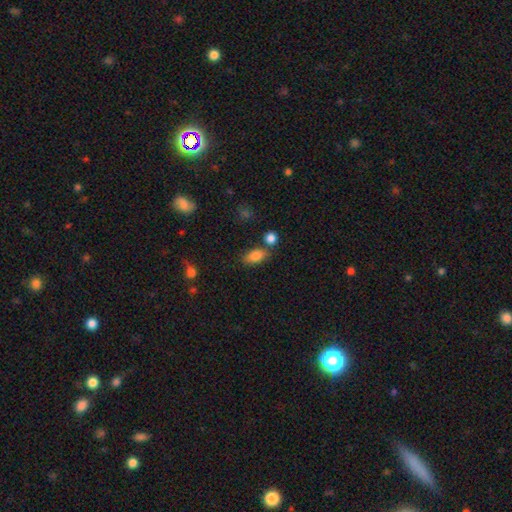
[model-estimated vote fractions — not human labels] Q: Smooth or featured?
A: smooth (84%); runner-up: star or artifact (9%)
Q: How rounded?
A: in between (85%); runner-up: round (8%)
Q: Merging?
A: none (68%); runner-up: minor disturbance (14%)